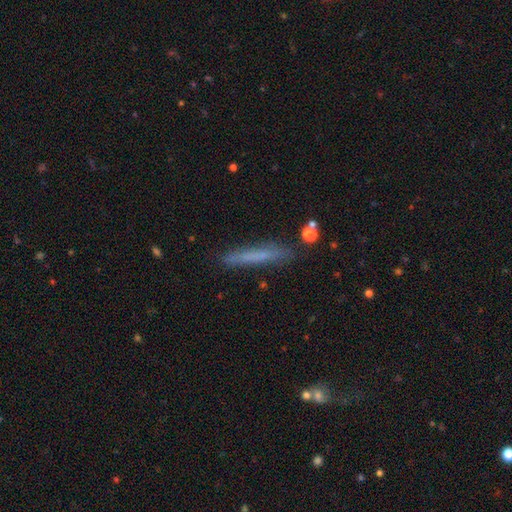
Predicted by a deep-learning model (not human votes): smooth 62%, featured or disk 30%, star or artifact 8%. Down the decision tree: how rounded — cigar-shaped (96%); merging — none (86%).